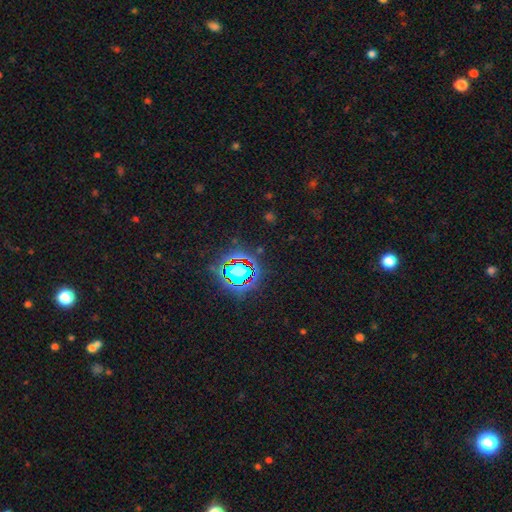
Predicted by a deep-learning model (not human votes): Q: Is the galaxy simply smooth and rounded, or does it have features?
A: star or artifact — 83%.